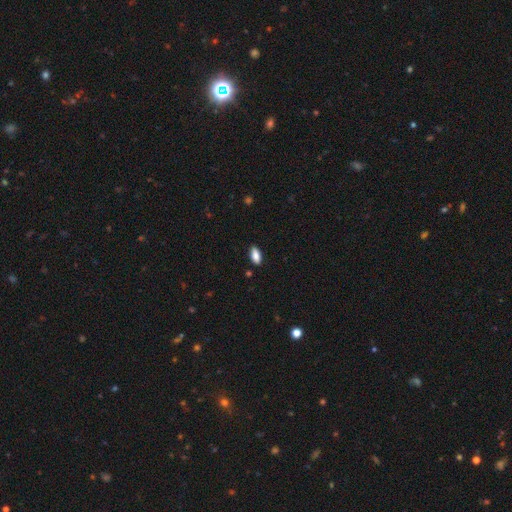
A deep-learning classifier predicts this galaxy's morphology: A smooth galaxy with no disk features (87%) that is in between round and cigar-shaped (88%).

Vote fractions:
- Smooth or featured? smooth: 87% / star or artifact: 7% / featured or disk: 6%
- How rounded? in between: 88% / cigar-shaped: 10% / round: 2%
- Merging? none: 87% / minor disturbance: 10% / major disturbance: 2% / merger: 1%